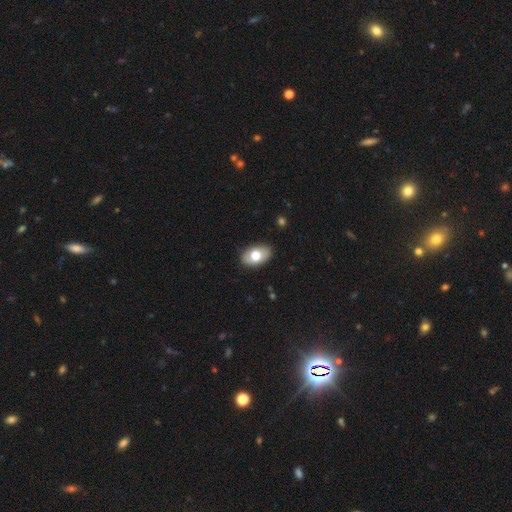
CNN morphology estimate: This is likely a smooth galaxy (72%). How rounded: clearly in between (90%). Merging: clearly none (87%).